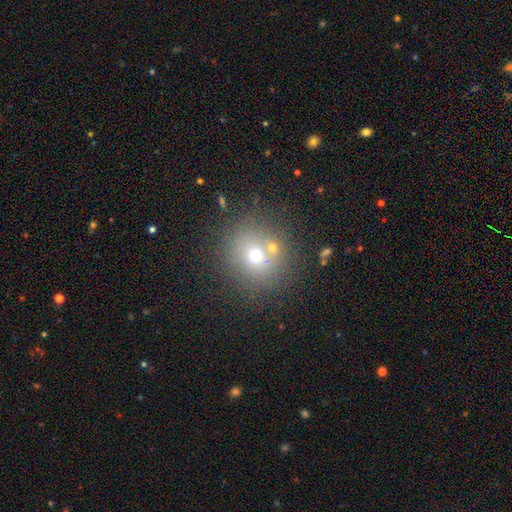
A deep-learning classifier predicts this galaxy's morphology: Smooth or featured: smooth — 62% (star or artifact — 20%)
How rounded: round — 88% (in between — 11%)
Merging: none — 67% (merger — 18%)